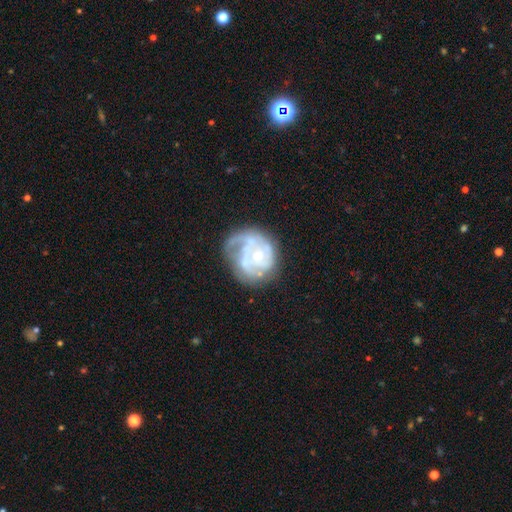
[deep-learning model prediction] Smooth or featured: featured or disk — 78% (smooth — 15%)
Edge-on disk: no — 98% (yes — 2%)
Bar: no — 75% (weak — 21%)
Spiral arms: yes — 83% (no — 17%)
Spiral winding: tight — 51% (medium — 35%)
Spiral arm count: can't tell — 32% (2 — 25%)
Bulge size: small — 52% (moderate — 40%)
Merging: none — 50% (minor disturbance — 24%)